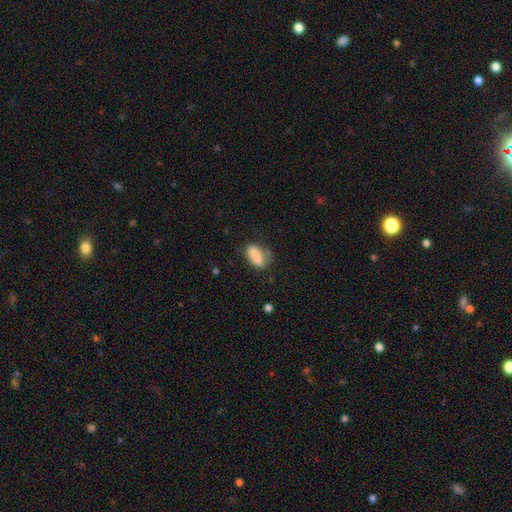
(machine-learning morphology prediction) Smooth or featured: smooth — 81% (featured or disk — 11%)
How rounded: in between — 85% (cigar-shaped — 10%)
Merging: none — 49% (minor disturbance — 28%)